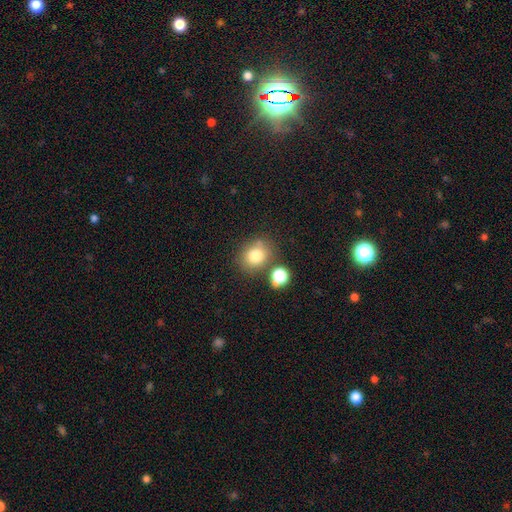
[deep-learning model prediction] A smooth galaxy with no disk features (78%) that is round (69%). Merging: none (67%).